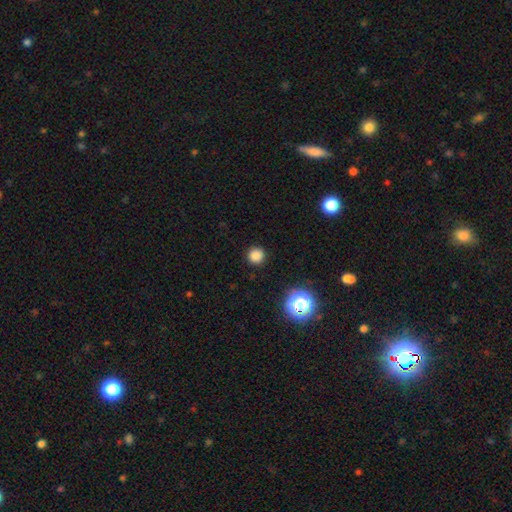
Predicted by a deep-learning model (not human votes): A smooth galaxy with no disk features (82%) that is round (94%).

Vote fractions:
- Smooth or featured? smooth: 82% / star or artifact: 15% / featured or disk: 3%
- How rounded? round: 94% / in between: 5% / cigar-shaped: 1%
- Merging? none: 91% / minor disturbance: 6% / major disturbance: 2% / merger: 1%